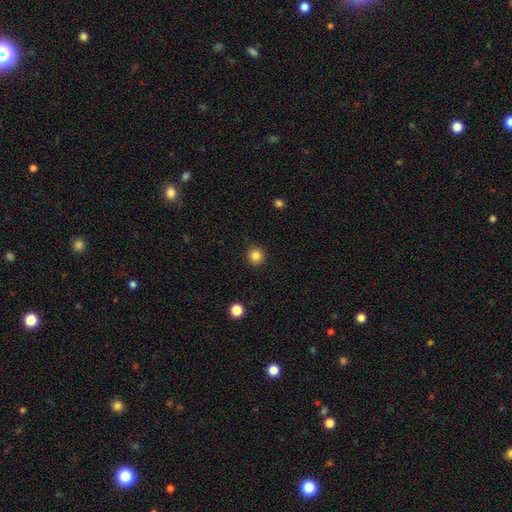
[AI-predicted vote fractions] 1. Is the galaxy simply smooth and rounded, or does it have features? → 84% smooth, 12% star or artifact, 4% featured or disk.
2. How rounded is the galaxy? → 95% round, 4% in between, 1% cigar-shaped.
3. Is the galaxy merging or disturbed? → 92% none, 5% minor disturbance, 2% major disturbance, 1% merger.